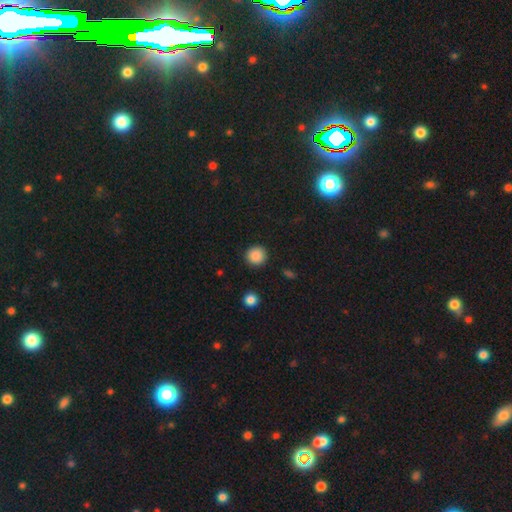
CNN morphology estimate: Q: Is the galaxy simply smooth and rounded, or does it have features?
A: smooth — 88%.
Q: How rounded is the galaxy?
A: round — 93%.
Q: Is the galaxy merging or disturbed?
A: none — 91%.